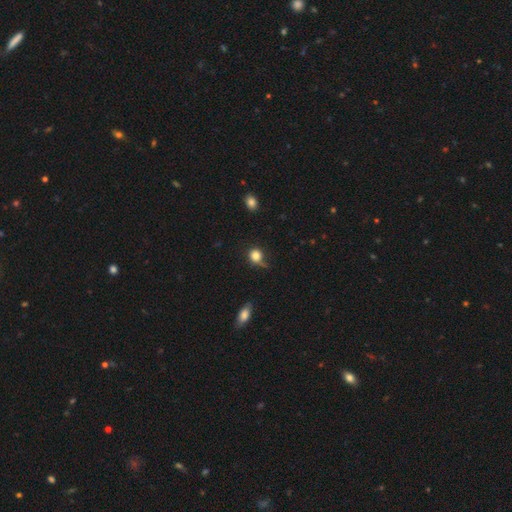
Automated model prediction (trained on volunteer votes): Smooth or featured?
  - smooth: 82% *
  - star or artifact: 10%
  - featured or disk: 8%
How rounded?
  - round: 82% *
  - in between: 17%
  - cigar-shaped: 1%
Merging?
  - none: 51% *
  - minor disturbance: 29%
  - major disturbance: 15%
  - merger: 5%